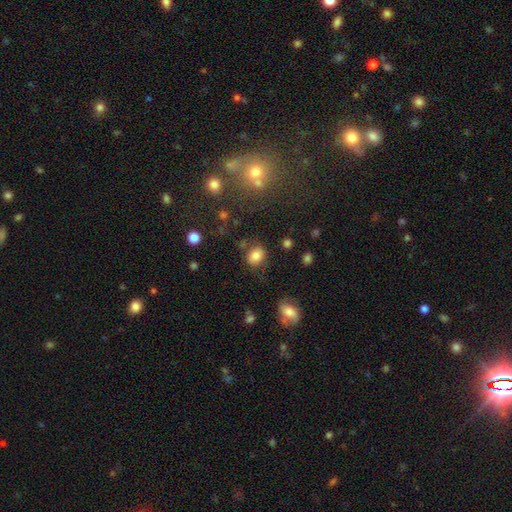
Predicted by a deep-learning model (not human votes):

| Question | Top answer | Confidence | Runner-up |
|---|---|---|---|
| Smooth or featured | smooth | 80% | star or artifact (11%) |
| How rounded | in between | 54% | round (44%) |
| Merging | none | 73% | minor disturbance (17%) |